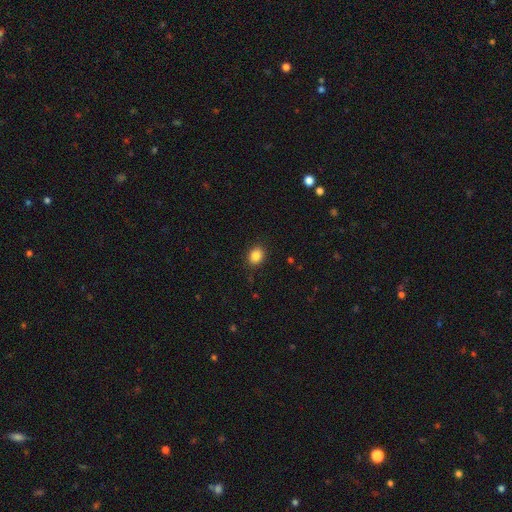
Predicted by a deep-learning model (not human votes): Morphology: type=smooth (86%); roundness=in between (52%); merging=none (88%).